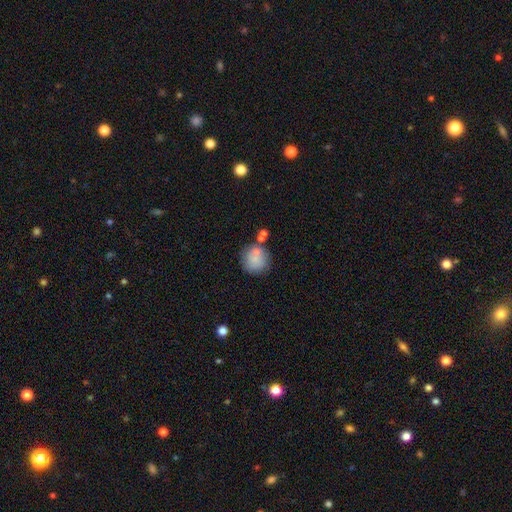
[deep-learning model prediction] A smooth galaxy with no disk features (78%) that is round (89%).

Vote fractions:
- Smooth or featured? smooth: 78% / featured or disk: 13% / star or artifact: 9%
- How rounded? round: 89% / in between: 10% / cigar-shaped: 1%
- Merging? none: 65% / minor disturbance: 16% / merger: 14% / major disturbance: 5%